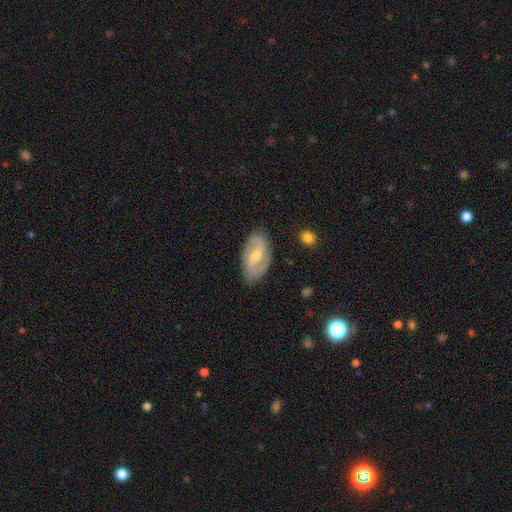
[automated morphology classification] Q: Smooth or featured?
A: featured or disk (76%); runner-up: smooth (18%)
Q: Edge-on disk?
A: no (95%); runner-up: yes (5%)
Q: Bar?
A: weak (49%); runner-up: no (28%)
Q: Spiral arms?
A: yes (90%); runner-up: no (10%)
Q: Spiral winding?
A: medium (44%); runner-up: loose (32%)
Q: Spiral arm count?
A: 2 (87%); runner-up: can't tell (7%)
Q: Bulge size?
A: moderate (50%); runner-up: small (46%)
Q: Merging?
A: none (82%); runner-up: minor disturbance (13%)